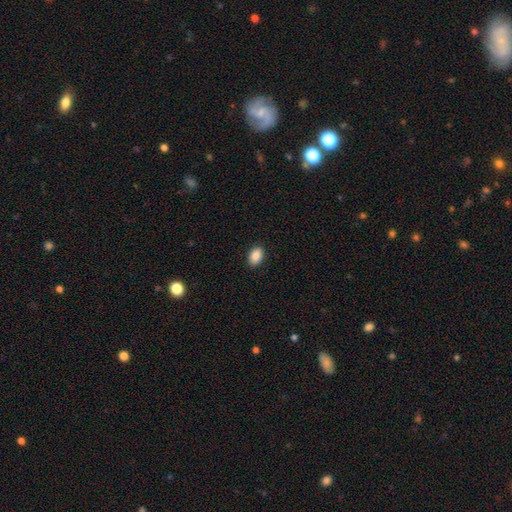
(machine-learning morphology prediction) Q: Smooth or featured?
A: smooth (89%); runner-up: star or artifact (8%)
Q: How rounded?
A: in between (87%); runner-up: round (12%)
Q: Merging?
A: none (90%); runner-up: minor disturbance (7%)